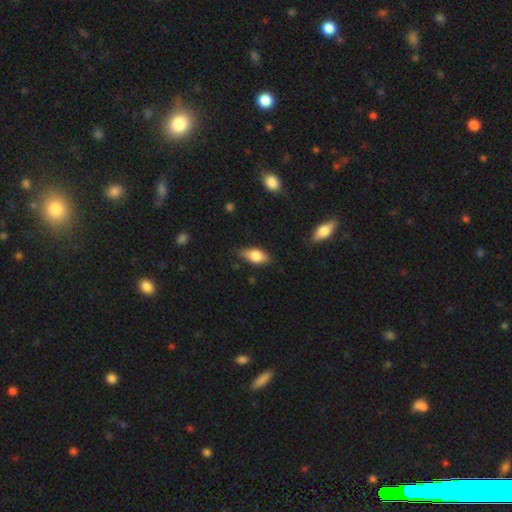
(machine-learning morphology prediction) This is likely a smooth galaxy (72%). How rounded: clearly in between (83%). Merging: likely none (78%).